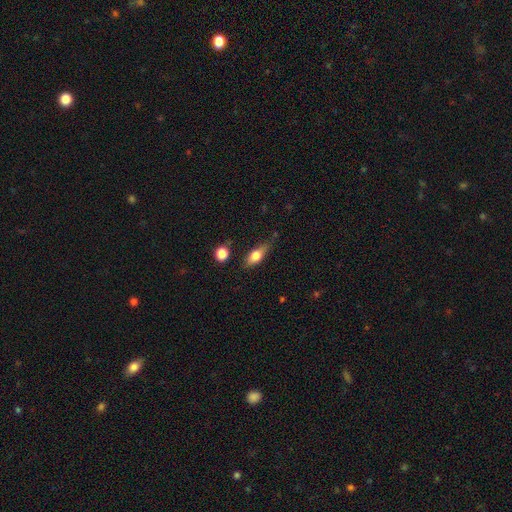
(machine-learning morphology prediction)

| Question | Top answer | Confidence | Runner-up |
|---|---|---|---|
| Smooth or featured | smooth | 66% | featured or disk (27%) |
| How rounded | in between | 66% | cigar-shaped (28%) |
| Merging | none | 71% | minor disturbance (21%) |